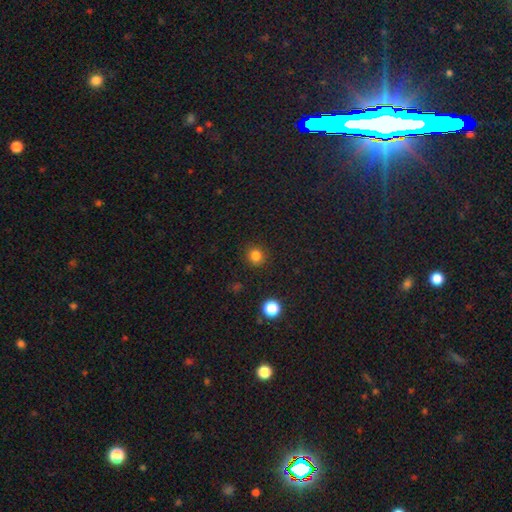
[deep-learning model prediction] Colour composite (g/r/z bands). It shows a smooth galaxy with no disk features (82%) that is round (91%). Merging: none (90%).